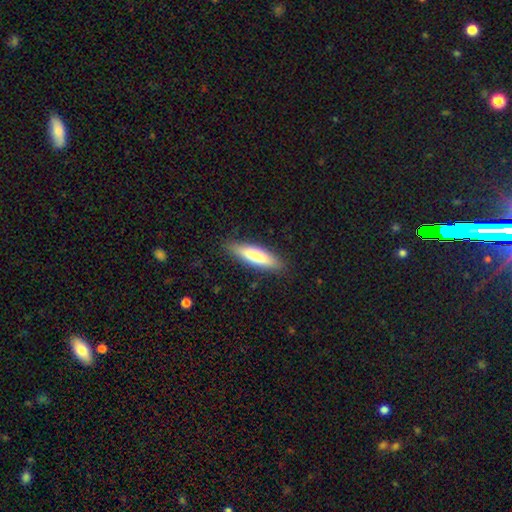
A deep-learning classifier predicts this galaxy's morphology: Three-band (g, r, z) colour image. It shows a smooth galaxy with no disk features (72%) that is cigar-shaped (68%). Merging: none (87%).